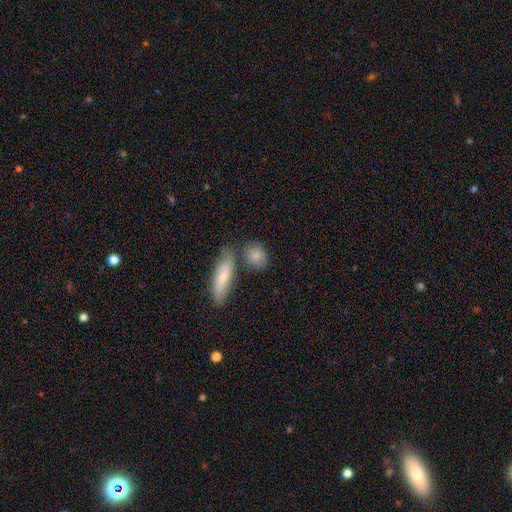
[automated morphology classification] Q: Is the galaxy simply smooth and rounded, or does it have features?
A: smooth — 82%.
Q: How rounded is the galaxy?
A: round — 53%.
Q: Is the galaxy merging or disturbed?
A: none — 66%.